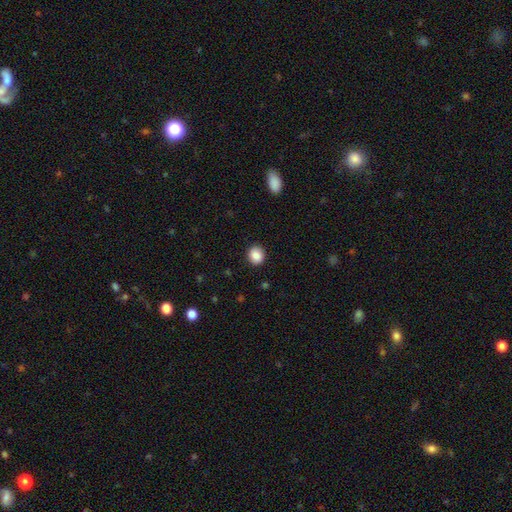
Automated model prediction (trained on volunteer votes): Smooth or featured? smooth (87%)
How rounded? round (75%)
Merging? none (90%)